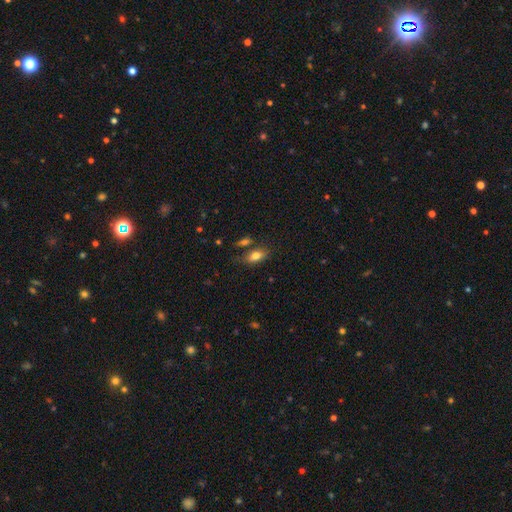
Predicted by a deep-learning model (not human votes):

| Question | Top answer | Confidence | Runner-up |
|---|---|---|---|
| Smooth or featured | smooth | 78% | featured or disk (13%) |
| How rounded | in between | 87% | round (7%) |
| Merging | none | 67% | minor disturbance (16%) |